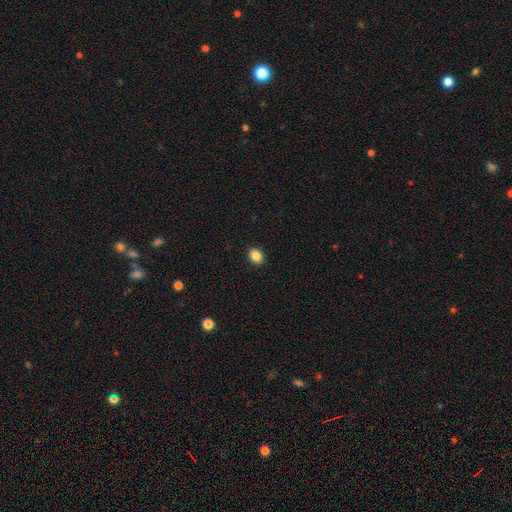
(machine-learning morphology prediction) Smooth or featured? smooth (87%)
How rounded? in between (66%)
Merging? none (91%)